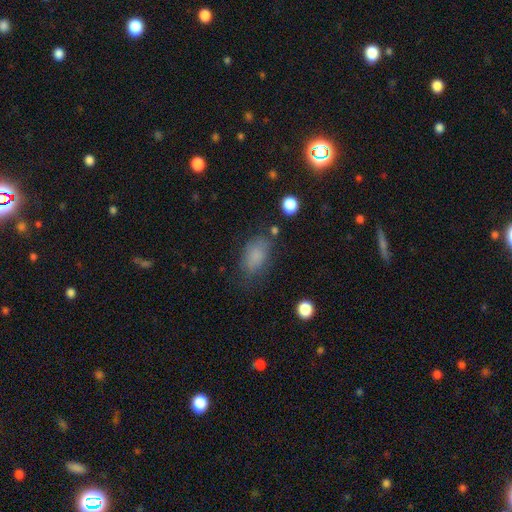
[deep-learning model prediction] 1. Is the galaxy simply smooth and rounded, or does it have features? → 81% smooth, 11% star or artifact, 8% featured or disk.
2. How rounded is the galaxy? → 89% in between, 9% round, 3% cigar-shaped.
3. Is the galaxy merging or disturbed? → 66% none, 21% minor disturbance, 10% major disturbance, 3% merger.